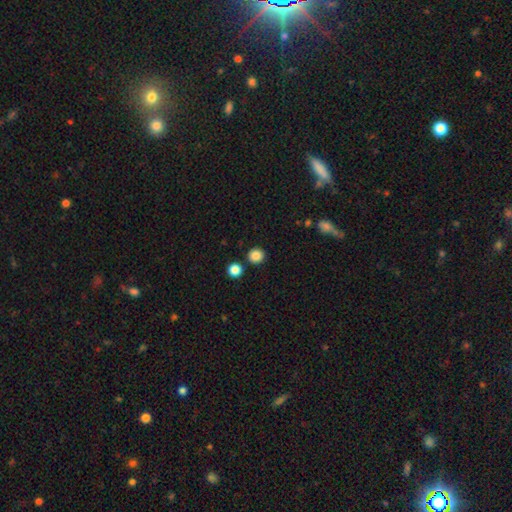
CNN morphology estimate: This is clearly a smooth galaxy (86%). How rounded: clearly round (93%). Merging: clearly none (88%).